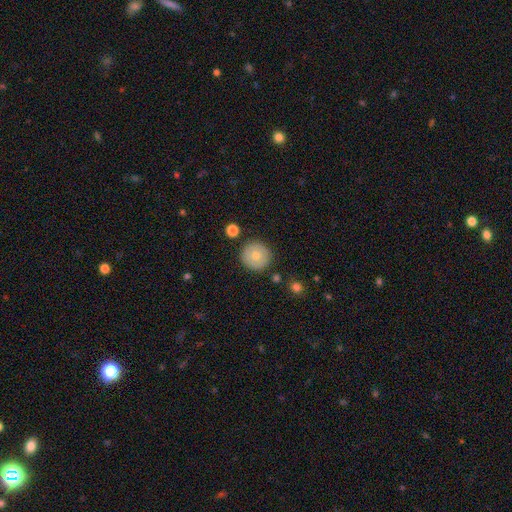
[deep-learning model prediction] smooth-or-featured: smooth: 72% | featured or disk: 21% | star or artifact: 7%
  how-rounded: round: 96% | in between: 4% | cigar-shaped: 1%
  merging: none: 90% | minor disturbance: 7% | major disturbance: 2% | merger: 2%